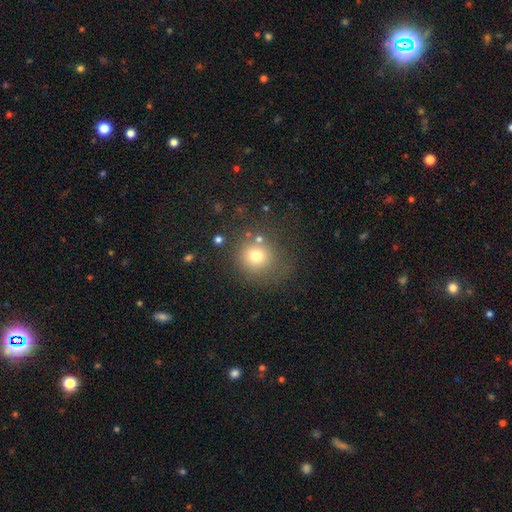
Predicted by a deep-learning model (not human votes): Overall: smooth (73%). How rounded: round (89%). Merging: none (70%).